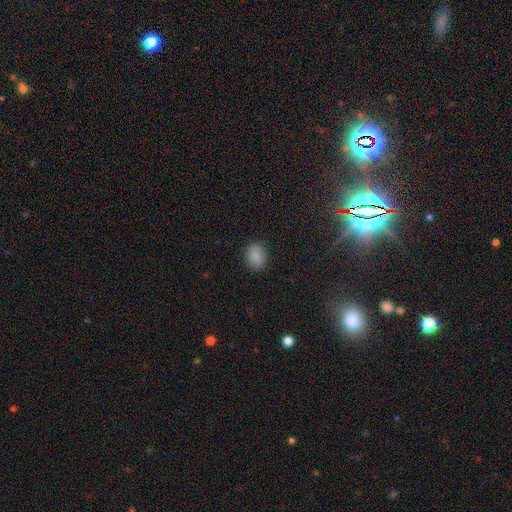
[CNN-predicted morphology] A smooth galaxy with no disk features (86%) that is in between round and cigar-shaped (57%). Merging: none (86%).